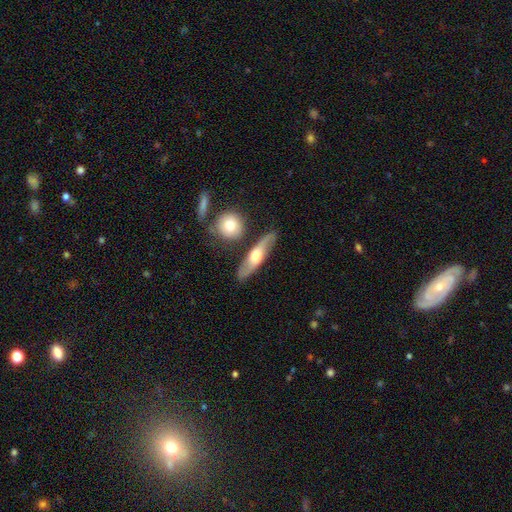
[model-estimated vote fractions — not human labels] Overall: featured or disk (60%; smooth 34%). Edge-on disk: yes (51%; no 49%). Merging: none (76%).